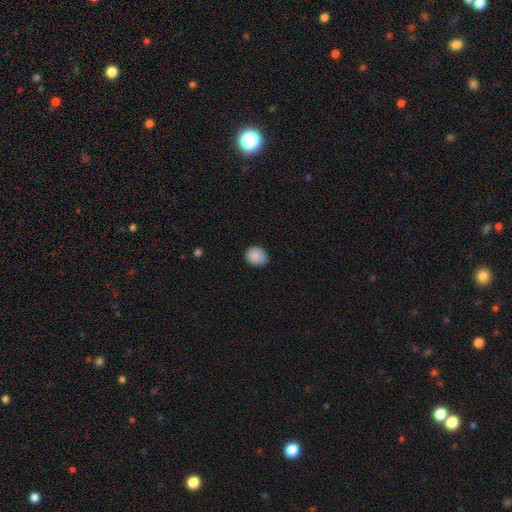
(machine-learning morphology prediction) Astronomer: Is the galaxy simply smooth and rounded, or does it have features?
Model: smooth — 89%.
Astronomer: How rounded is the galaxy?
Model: round — 62% (runner-up: in between, 37%).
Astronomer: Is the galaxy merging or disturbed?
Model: none — 84%.